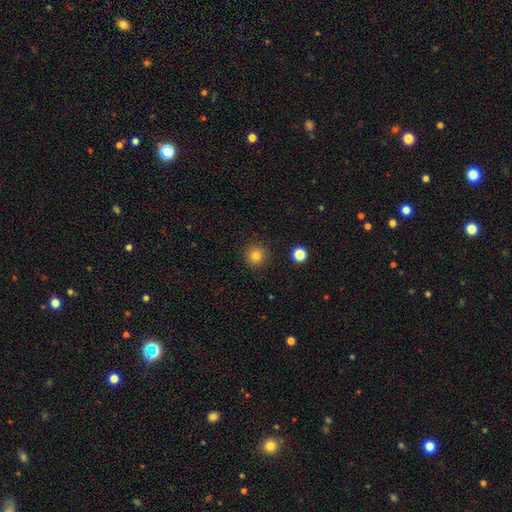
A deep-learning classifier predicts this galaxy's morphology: Smooth or featured? Predicted: smooth (p=0.82). How rounded? Predicted: round (p=0.95). Merging? Predicted: none (p=0.91).